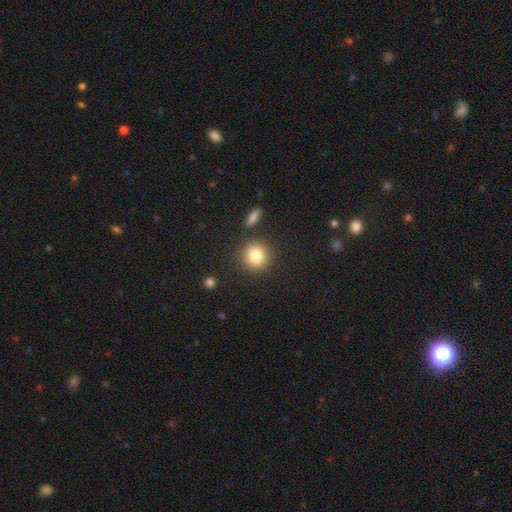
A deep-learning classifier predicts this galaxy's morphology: This is clearly a smooth galaxy (82%). How rounded: clearly round (89%). Merging: clearly none (85%).